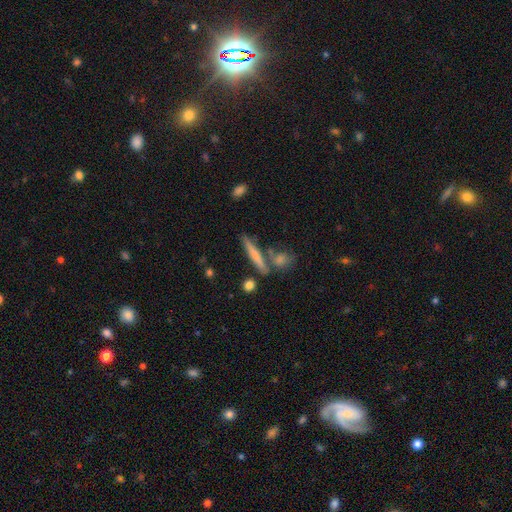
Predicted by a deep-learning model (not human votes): A smooth galaxy with no disk features (56%) that is cigar-shaped (88%). Merging: none (71%).